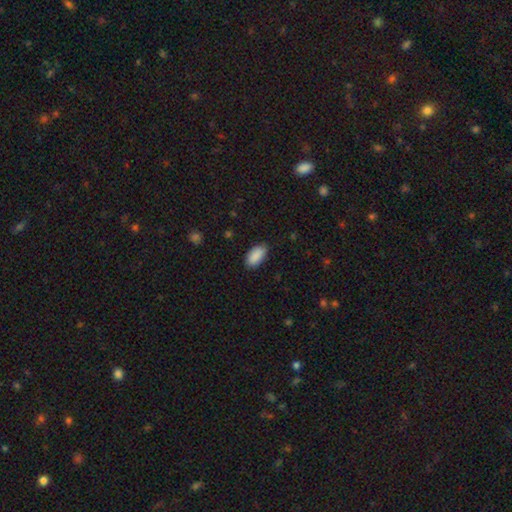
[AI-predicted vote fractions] Overall: smooth (90%). How rounded: in between (94%). Merging: none (83%).